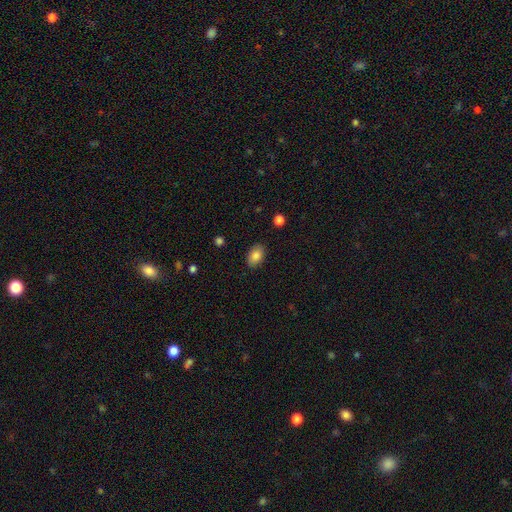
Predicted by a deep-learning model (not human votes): This is clearly a smooth galaxy (85%). How rounded: clearly in between (90%). Merging: clearly none (86%).